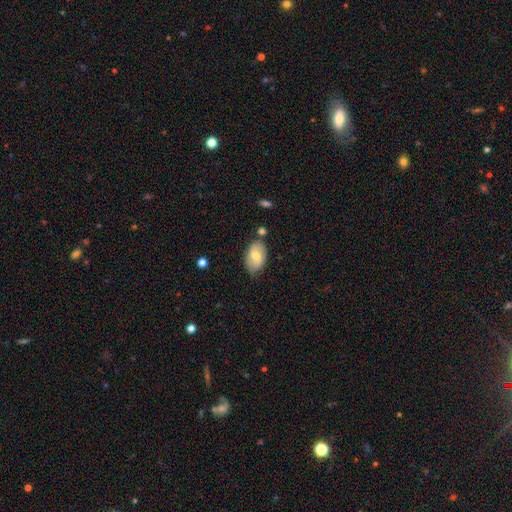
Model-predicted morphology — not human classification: Smooth or featured: smooth — 66% (featured or disk — 27%)
How rounded: in between — 91% (round — 7%)
Merging: none — 72% (minor disturbance — 21%)